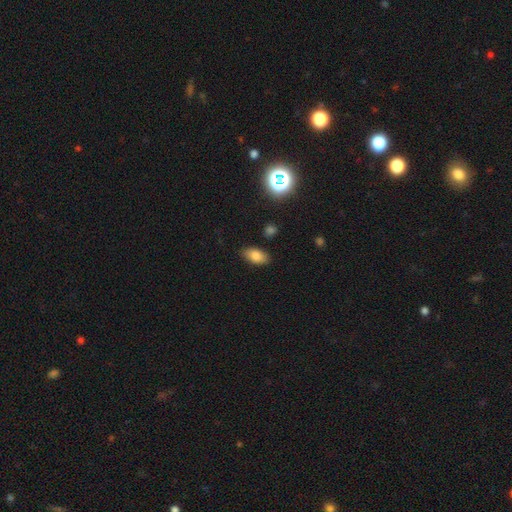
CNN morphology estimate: Smooth or featured? Predicted: smooth (p=0.81). How rounded? Predicted: in between (p=0.91). Merging? Predicted: none (p=0.86).